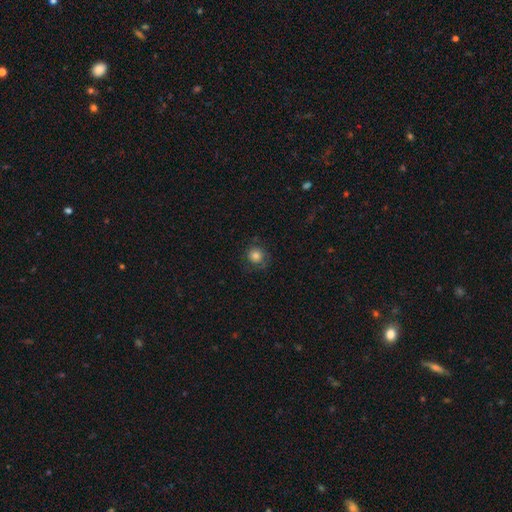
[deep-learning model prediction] A smooth galaxy with no disk features (76%) that is round (90%). Merging: none (71%).